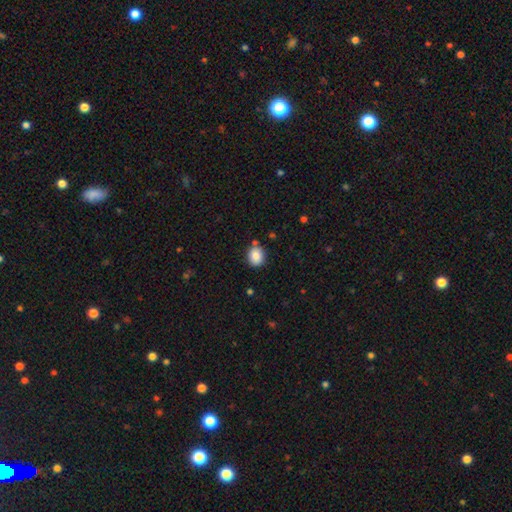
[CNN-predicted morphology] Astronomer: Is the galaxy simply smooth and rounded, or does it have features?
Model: smooth — 85%.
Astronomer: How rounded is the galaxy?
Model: round — 66%.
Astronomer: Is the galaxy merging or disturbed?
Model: none — 81%.